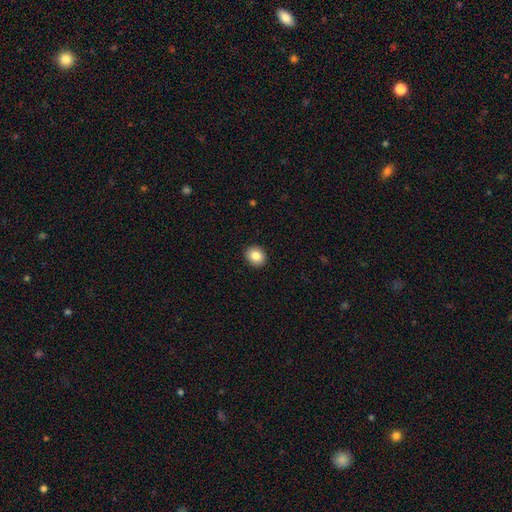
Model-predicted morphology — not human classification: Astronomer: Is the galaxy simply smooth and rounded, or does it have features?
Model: smooth — 85%.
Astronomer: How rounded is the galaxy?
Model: round — 70%.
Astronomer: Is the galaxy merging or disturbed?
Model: none — 91%.